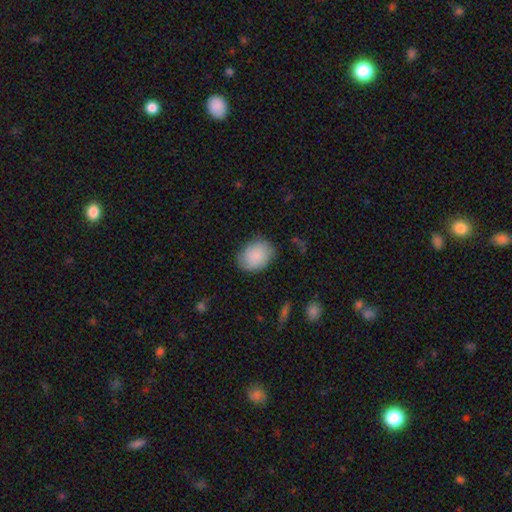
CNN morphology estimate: Smooth or featured? smooth (84%)
How rounded? in between (61%)
Merging? none (77%)